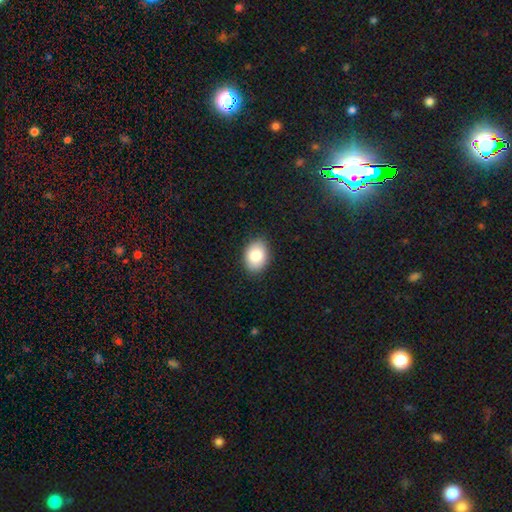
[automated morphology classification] This appears to be a smooth galaxy with no disk features (85%) that is in between round and cigar-shaped (77%). Merging: none (87%).